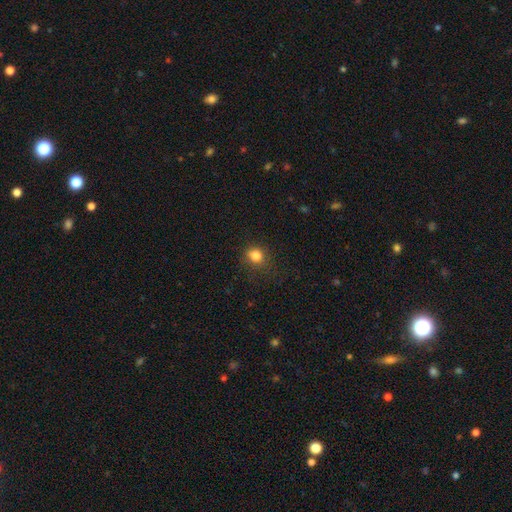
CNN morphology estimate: Smooth or featured? smooth (82%)
How rounded? round (76%)
Merging? none (77%)